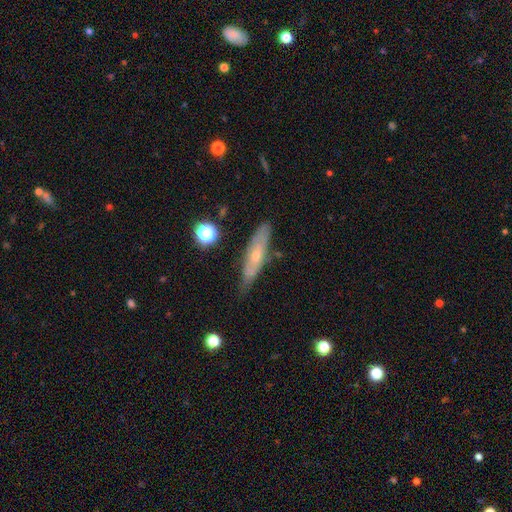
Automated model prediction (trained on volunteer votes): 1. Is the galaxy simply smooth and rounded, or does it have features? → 55% featured or disk, 37% smooth, 8% star or artifact.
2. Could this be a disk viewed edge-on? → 56% yes, 44% no.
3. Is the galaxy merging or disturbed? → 72% none, 21% minor disturbance, 4% major disturbance, 2% merger.